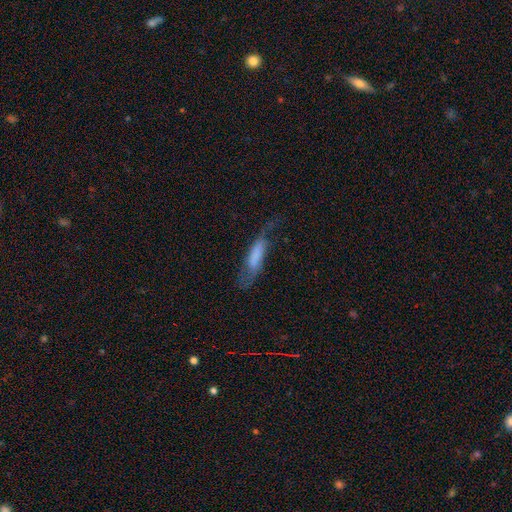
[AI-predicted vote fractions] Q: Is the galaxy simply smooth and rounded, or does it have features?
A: smooth — 58%.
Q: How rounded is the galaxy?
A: cigar-shaped — 59%.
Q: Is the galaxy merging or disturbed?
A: none — 39%.